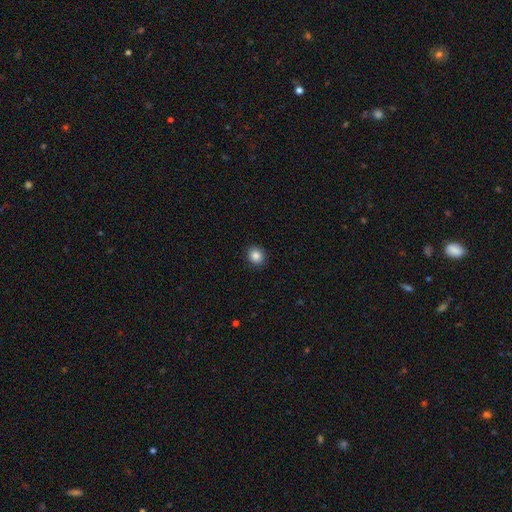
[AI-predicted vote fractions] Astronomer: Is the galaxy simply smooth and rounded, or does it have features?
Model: smooth — 86%.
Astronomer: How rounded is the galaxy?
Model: round — 78%.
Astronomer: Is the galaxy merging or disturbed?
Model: none — 91%.